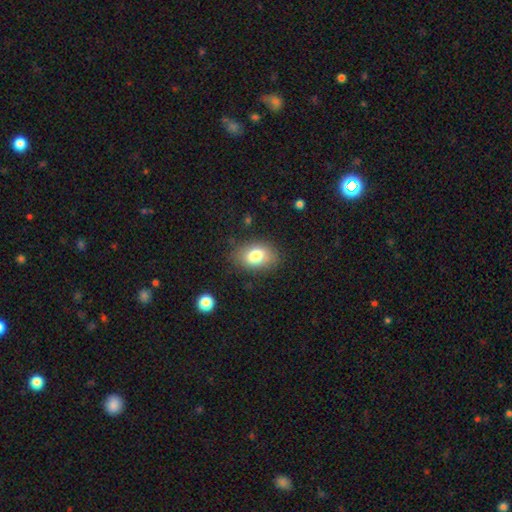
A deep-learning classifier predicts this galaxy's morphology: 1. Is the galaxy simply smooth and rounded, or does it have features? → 80% smooth, 12% featured or disk, 9% star or artifact.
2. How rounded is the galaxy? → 81% in between, 17% round, 1% cigar-shaped.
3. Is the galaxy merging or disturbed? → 80% none, 14% minor disturbance, 4% major disturbance, 2% merger.